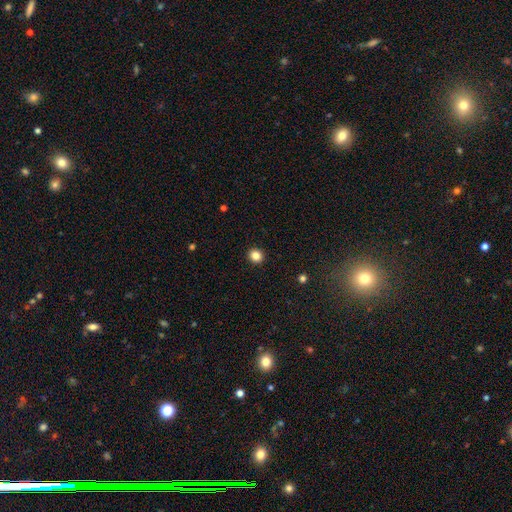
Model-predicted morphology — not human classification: A smooth galaxy with no disk features (84%) that is round (89%).

Vote fractions:
- Smooth or featured? smooth: 84% / star or artifact: 12% / featured or disk: 4%
- How rounded? round: 89% / in between: 10% / cigar-shaped: 1%
- Merging? none: 93% / minor disturbance: 4% / major disturbance: 1% / merger: 1%